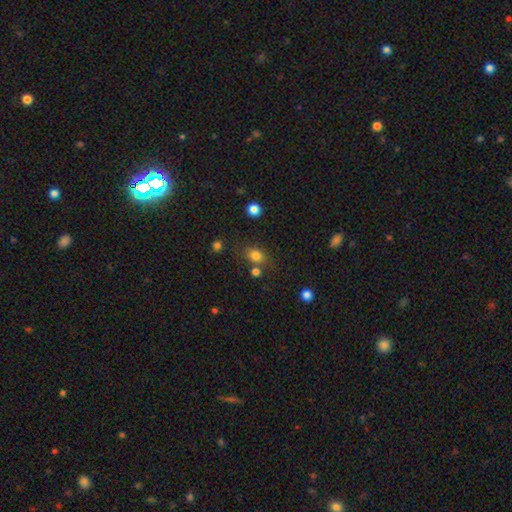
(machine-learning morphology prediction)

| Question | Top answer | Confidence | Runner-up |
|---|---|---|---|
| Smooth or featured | smooth | 80% | star or artifact (13%) |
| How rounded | round | 51% | in between (47%) |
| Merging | none | 70% | minor disturbance (13%) |